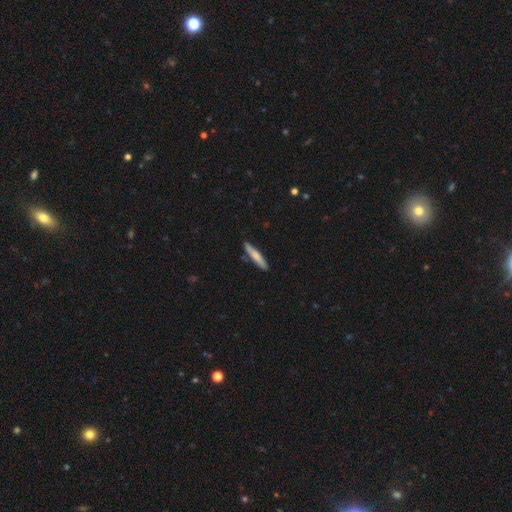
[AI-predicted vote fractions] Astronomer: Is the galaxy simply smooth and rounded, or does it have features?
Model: smooth — 72%.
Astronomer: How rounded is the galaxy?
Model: cigar-shaped — 92%.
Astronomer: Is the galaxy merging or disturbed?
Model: none — 86%.